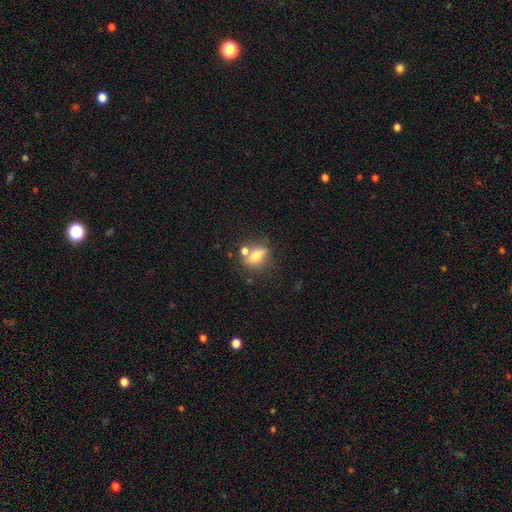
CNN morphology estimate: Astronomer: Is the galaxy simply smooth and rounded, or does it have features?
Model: smooth — 70%.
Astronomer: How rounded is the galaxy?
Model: in between — 69%.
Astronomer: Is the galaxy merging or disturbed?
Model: none — 53%.